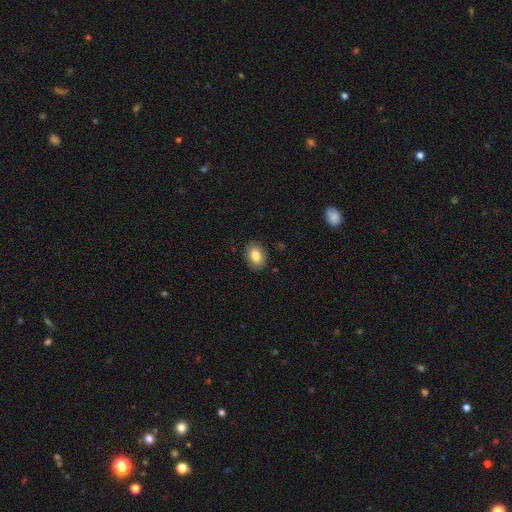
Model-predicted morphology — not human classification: A smooth galaxy with no disk features (85%) that is in between round and cigar-shaped (78%). Merging: none (87%).